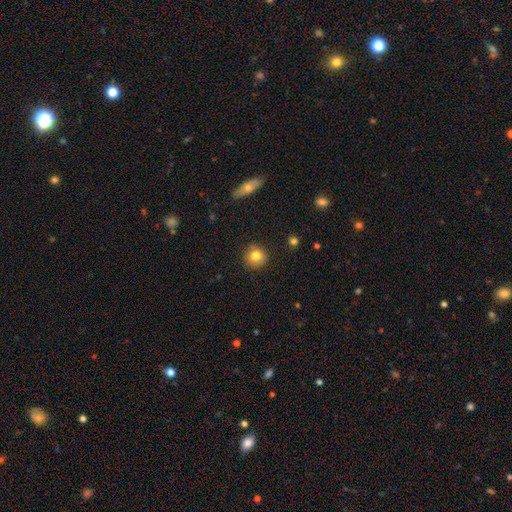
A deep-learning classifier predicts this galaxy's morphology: smooth 81%, featured or disk 10%, star or artifact 10%. Down the decision tree: how rounded — round (90%); merging — none (86%).